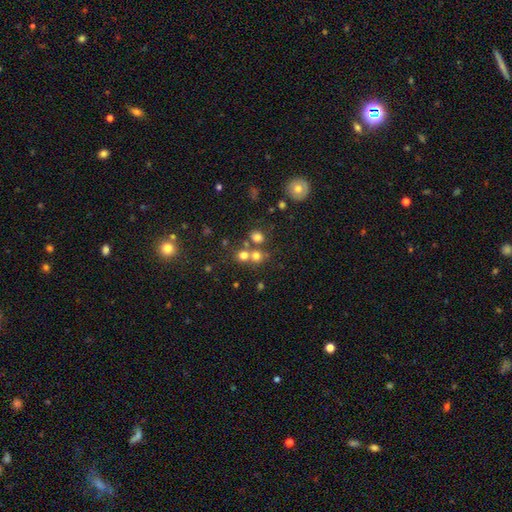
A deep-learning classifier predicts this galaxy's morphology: smooth 68%, star or artifact 20%, featured or disk 12%. Down the decision tree: how rounded — round (83%); merging — none (53%).